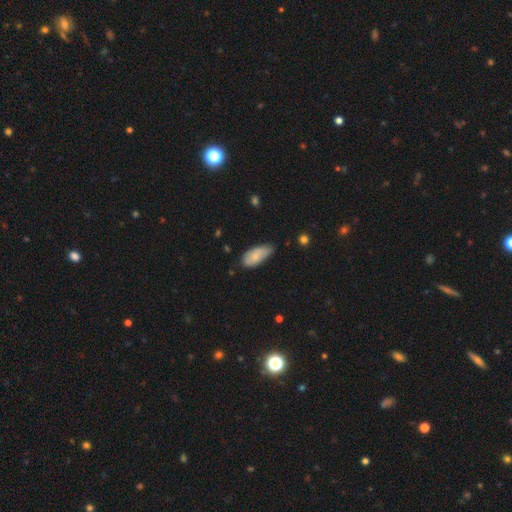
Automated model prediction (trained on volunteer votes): Morphology: type=smooth (76%); roundness=in between (89%); merging=none (47%).